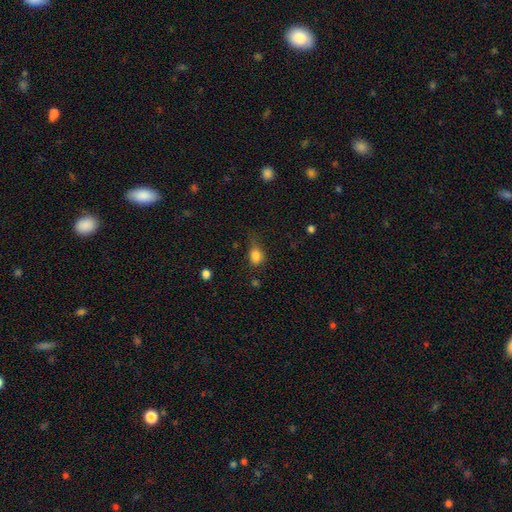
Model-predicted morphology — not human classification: Overall: smooth (83%). How rounded: in between (59%; round 39%). Merging: none (49%; minor disturbance 33%).